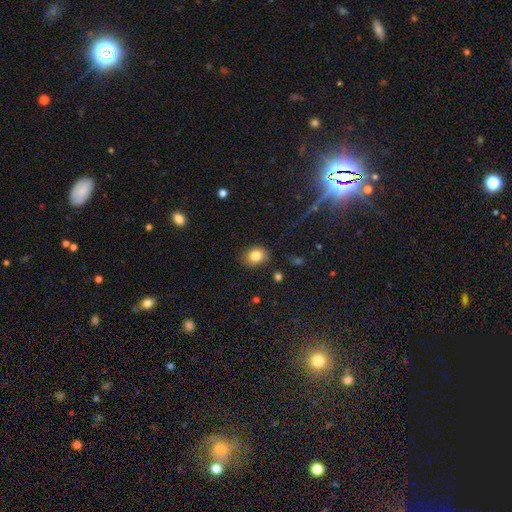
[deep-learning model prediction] smooth-or-featured: smooth: 82% | star or artifact: 10% | featured or disk: 8%
  how-rounded: in between: 53% | round: 46% | cigar-shaped: 1%
  merging: none: 81% | minor disturbance: 14% | major disturbance: 3% | merger: 2%